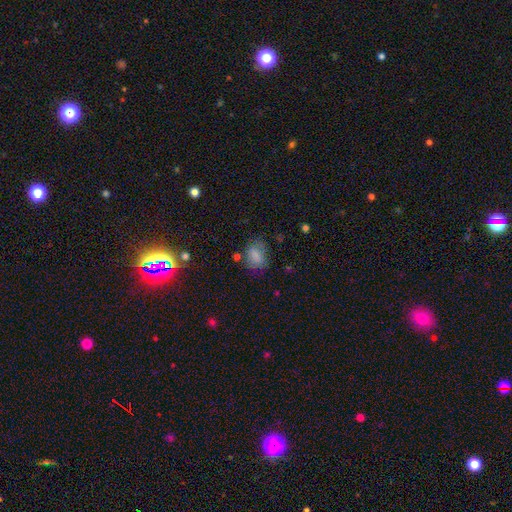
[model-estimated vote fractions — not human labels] Morphology: type=smooth (78%); roundness=in between (75%); merging=none (60%).